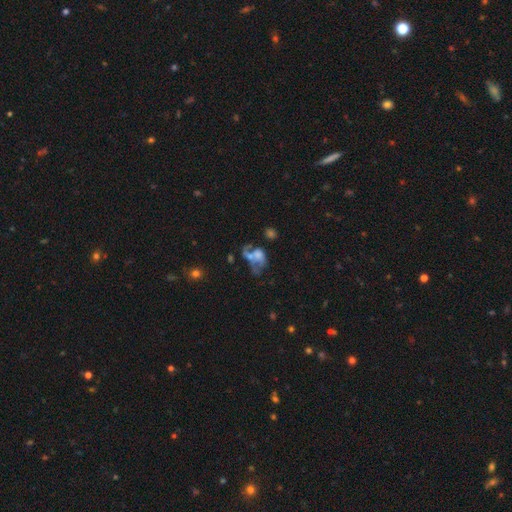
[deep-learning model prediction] Smooth or featured? featured or disk (50%)
Merging? merger (40%)